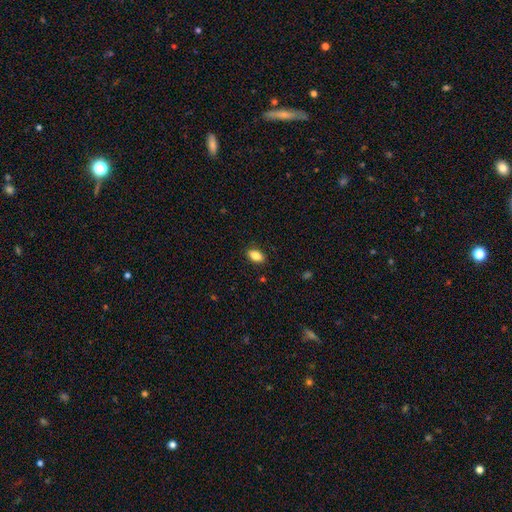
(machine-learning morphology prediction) This appears to be a smooth galaxy with no disk features (85%) that is in between round and cigar-shaped (89%). Merging: none (88%).